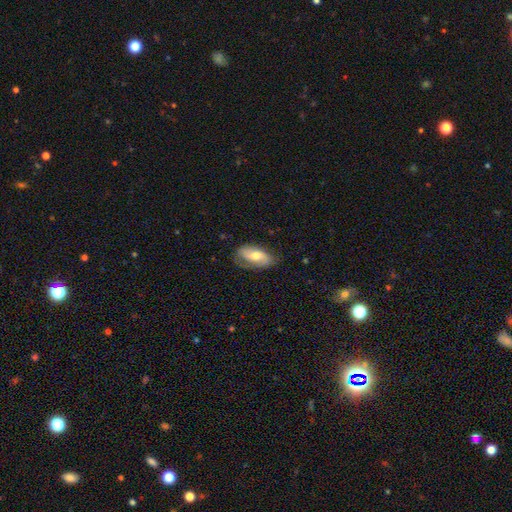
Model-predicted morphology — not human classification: Smooth or featured? smooth (50%)
Merging? none (65%)